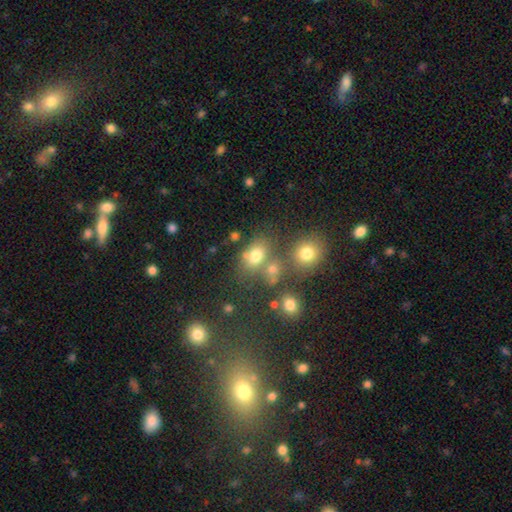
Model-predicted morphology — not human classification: A smooth galaxy with no disk features (71%) that is in between round and cigar-shaped (54%). Merging: none (55%).